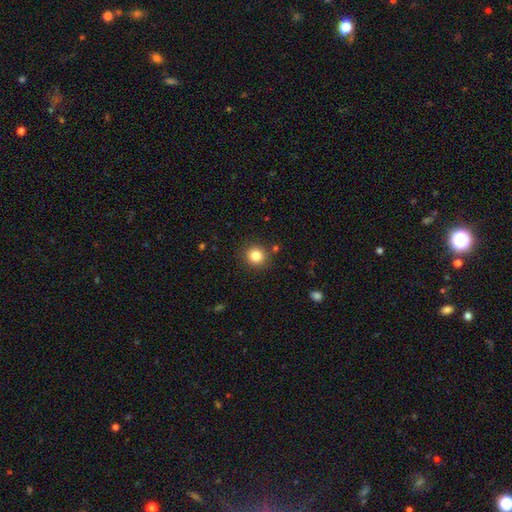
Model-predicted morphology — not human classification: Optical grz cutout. It shows a smooth galaxy with no disk features (82%) that is round (92%). Merging: none (88%).